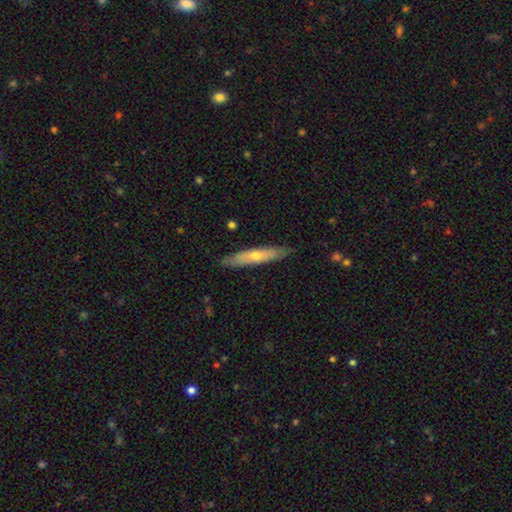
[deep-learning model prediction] A smooth galaxy with no disk features (49%). Merging: none (87%).